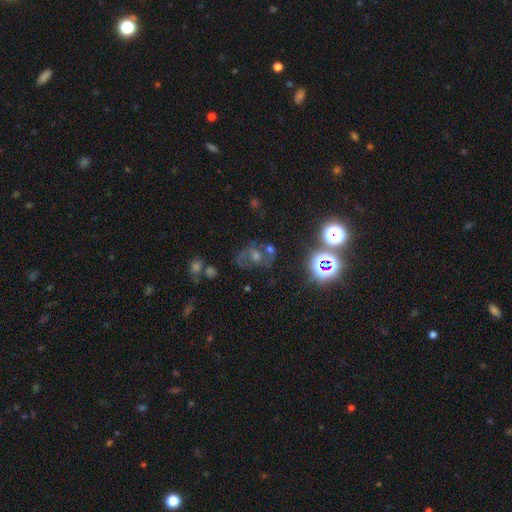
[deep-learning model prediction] smooth_or_featured: star or artifact (p=0.41) [alt: featured or disk p=0.37]